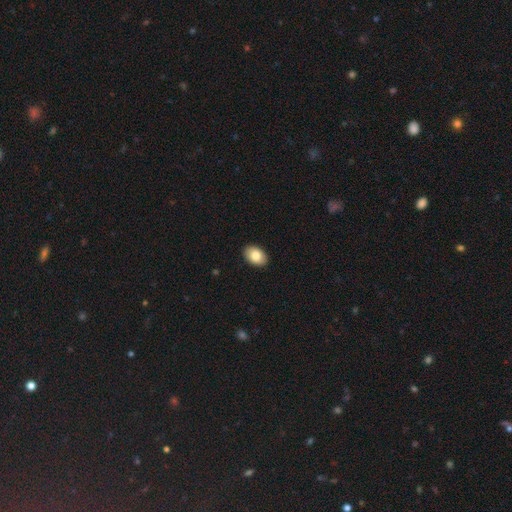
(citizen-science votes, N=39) Q: Smooth or featured?
A: smooth (85%); runner-up: featured or disk (13%)
Q: How rounded?
A: in between (94%); runner-up: round (6%)
Q: Merging?
A: none (89%); runner-up: minor disturbance (8%)